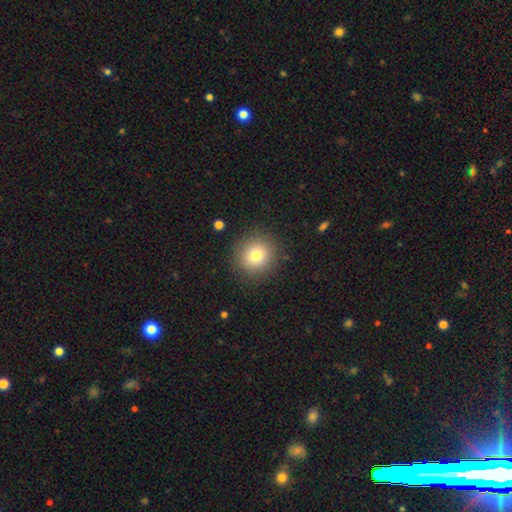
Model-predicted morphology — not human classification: smooth_or_featured: smooth (p=0.78) [alt: star or artifact p=0.12]
how_rounded: round (p=0.92) [alt: in between p=0.07]
merging: none (p=0.88) [alt: minor disturbance p=0.07]